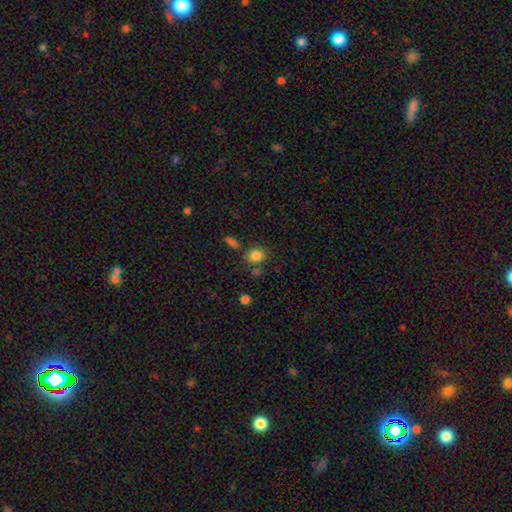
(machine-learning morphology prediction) smooth-or-featured: smooth: 83% | star or artifact: 11% | featured or disk: 6%
  how-rounded: round: 67% | in between: 32% | cigar-shaped: 1%
  merging: none: 74% | minor disturbance: 12% | merger: 9% | major disturbance: 4%